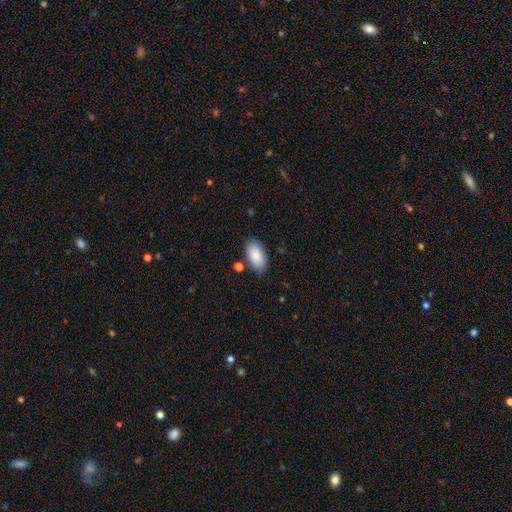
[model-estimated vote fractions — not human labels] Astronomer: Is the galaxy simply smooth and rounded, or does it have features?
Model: smooth — 83%.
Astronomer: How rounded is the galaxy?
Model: in between — 94%.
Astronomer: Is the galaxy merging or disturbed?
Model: none — 81%.